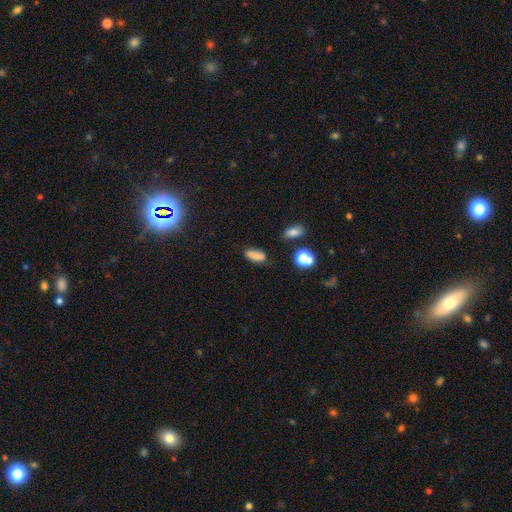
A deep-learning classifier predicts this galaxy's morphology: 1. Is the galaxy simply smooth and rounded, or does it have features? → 80% smooth, 12% star or artifact, 8% featured or disk.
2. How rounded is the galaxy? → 82% in between, 12% cigar-shaped, 6% round.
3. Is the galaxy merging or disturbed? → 72% none, 19% minor disturbance, 5% major disturbance, 4% merger.